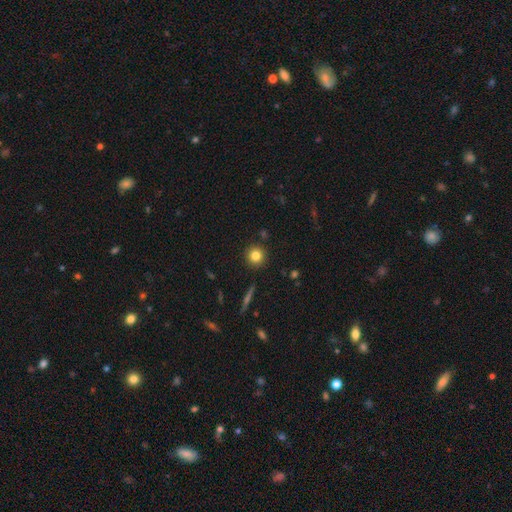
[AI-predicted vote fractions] This is clearly a smooth galaxy (80%). How rounded: clearly round (94%). Merging: clearly none (90%).